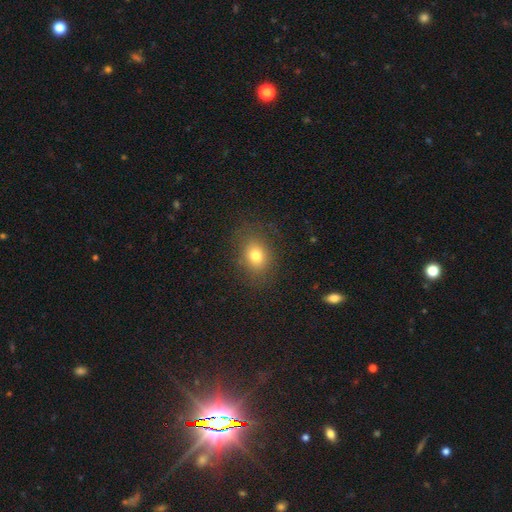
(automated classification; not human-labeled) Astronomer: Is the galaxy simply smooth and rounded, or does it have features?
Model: smooth — 77%.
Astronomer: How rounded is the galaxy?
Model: in between — 53% (runner-up: round, 46%).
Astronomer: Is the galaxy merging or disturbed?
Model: none — 81%.